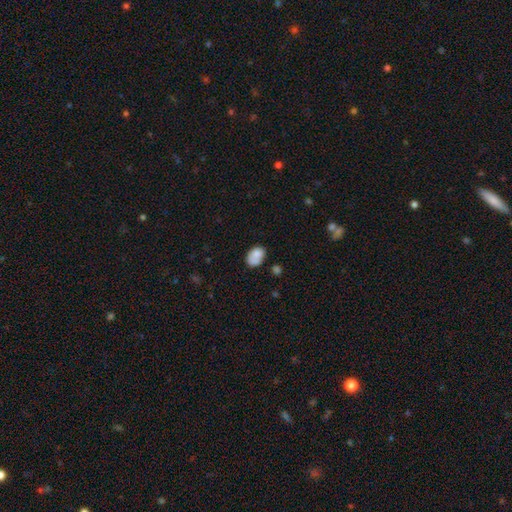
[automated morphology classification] Smooth or featured: smooth — 77% (featured or disk — 15%)
How rounded: in between — 78% (round — 21%)
Merging: none — 49% (minor disturbance — 24%)